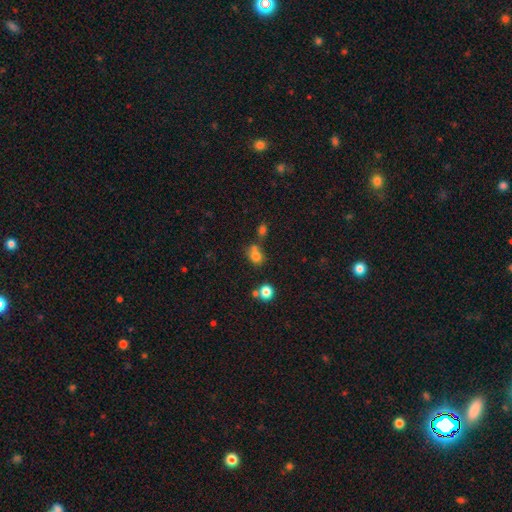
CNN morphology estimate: smooth 76%, star or artifact 15%, featured or disk 9%. Down the decision tree: how rounded — in between (53%); merging — none (46%).